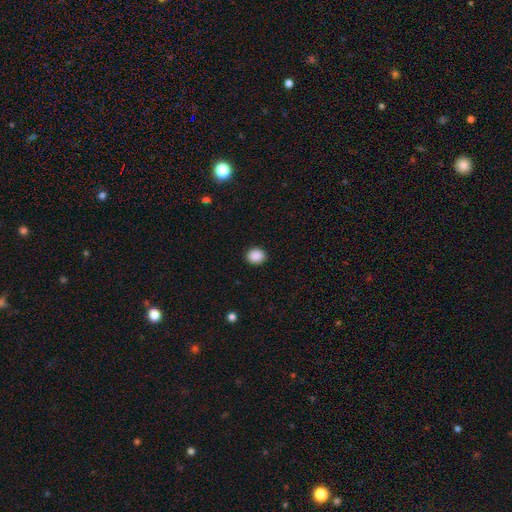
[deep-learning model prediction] Q: Smooth or featured?
A: smooth (89%); runner-up: star or artifact (8%)
Q: How rounded?
A: round (68%); runner-up: in between (31%)
Q: Merging?
A: none (91%); runner-up: minor disturbance (6%)